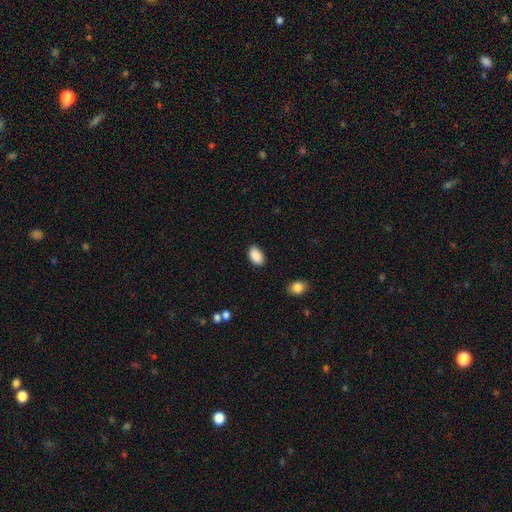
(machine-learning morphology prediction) smooth_or_featured: smooth (p=0.90) [alt: star or artifact p=0.07]
how_rounded: in between (p=0.91) [alt: round p=0.08]
merging: none (p=0.84) [alt: minor disturbance p=0.12]